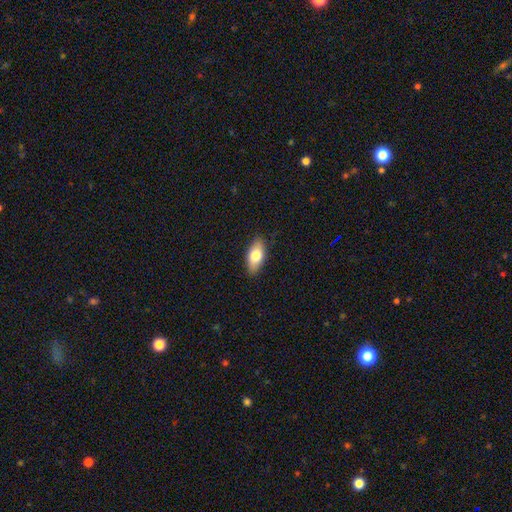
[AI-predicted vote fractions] smooth_or_featured: smooth (p=0.75) [alt: featured or disk p=0.18]
how_rounded: in between (p=0.87) [alt: cigar-shaped p=0.09]
merging: none (p=0.87) [alt: minor disturbance p=0.10]